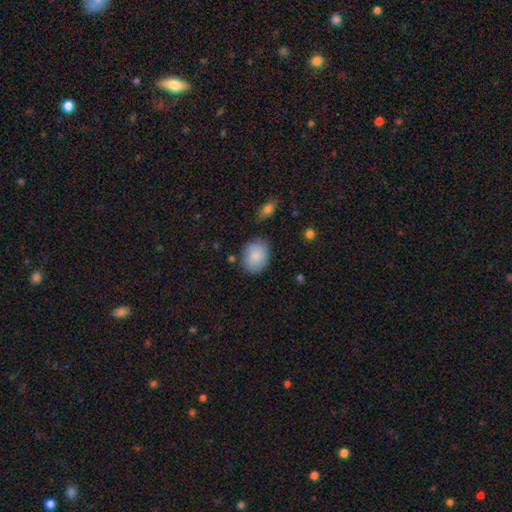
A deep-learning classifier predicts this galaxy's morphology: Smooth or featured?
  - smooth: 84% *
  - featured or disk: 9%
  - star or artifact: 6%
How rounded?
  - in between: 56% *
  - round: 43%
  - cigar-shaped: 1%
Merging?
  - none: 77% *
  - minor disturbance: 16%
  - major disturbance: 4%
  - merger: 3%